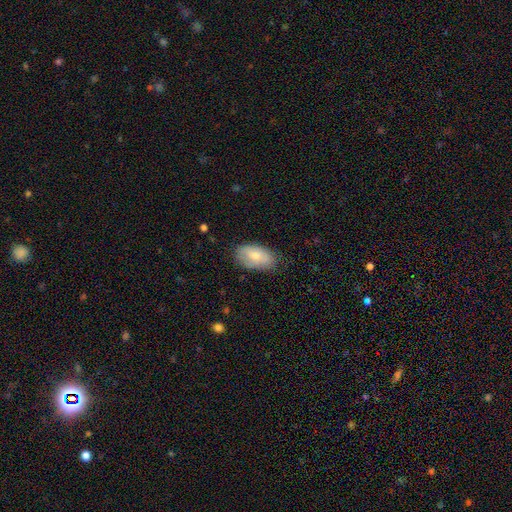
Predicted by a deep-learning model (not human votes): Smooth or featured? Predicted: smooth (p=0.75). How rounded? Predicted: in between (p=0.94). Merging? Predicted: none (p=0.71).